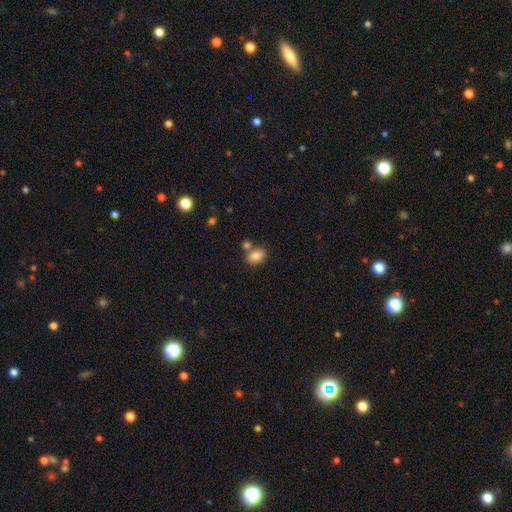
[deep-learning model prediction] smooth-or-featured: smooth: 82% | featured or disk: 9% | star or artifact: 9%
  how-rounded: in between: 82% | round: 16% | cigar-shaped: 1%
  merging: none: 64% | merger: 20% | minor disturbance: 12% | major disturbance: 3%